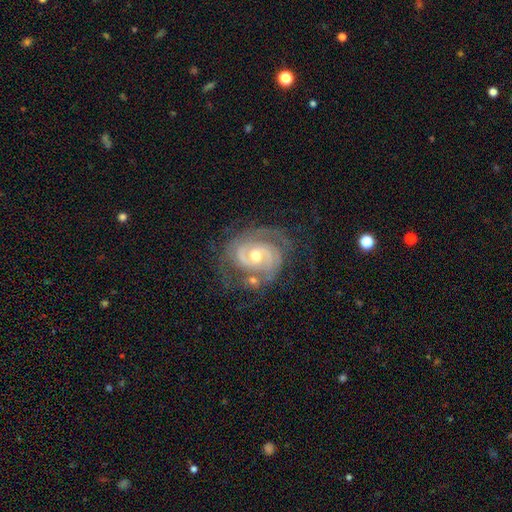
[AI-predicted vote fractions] Smooth or featured?
  - featured or disk: 90% *
  - smooth: 5%
  - star or artifact: 5%
Edge-on disk?
  - no: 97% *
  - yes: 3%
Bar?
  - no: 60% *
  - weak: 30%
  - strong: 10%
Spiral arms?
  - yes: 97% *
  - no: 3%
Spiral winding?
  - tight: 65% *
  - medium: 29%
  - loose: 6%
Spiral arm count?
  - 2: 51% *
  - 3: 21%
  - can't tell: 16%
  - 4: 5%
  - 1: 4%
  - more than 4: 4%
Bulge size?
  - moderate: 64% *
  - small: 32%
  - large: 3%
  - none: 1%
  - dominant: 1%
Merging?
  - none: 64% *
  - minor disturbance: 20%
  - major disturbance: 11%
  - merger: 5%